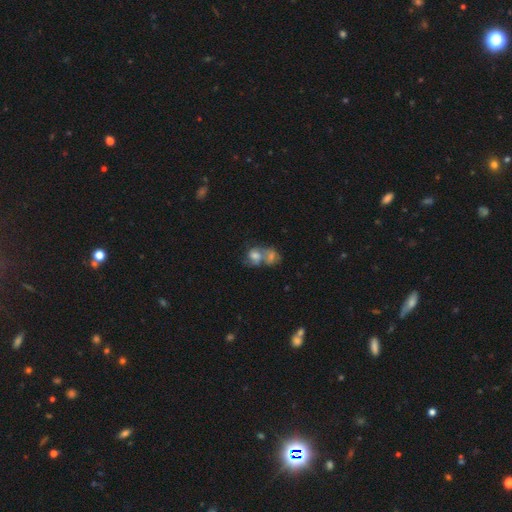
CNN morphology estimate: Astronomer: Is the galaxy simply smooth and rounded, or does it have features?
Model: smooth — 48% (runner-up: featured or disk, 39%).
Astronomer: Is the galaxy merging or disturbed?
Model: merger — 69%.